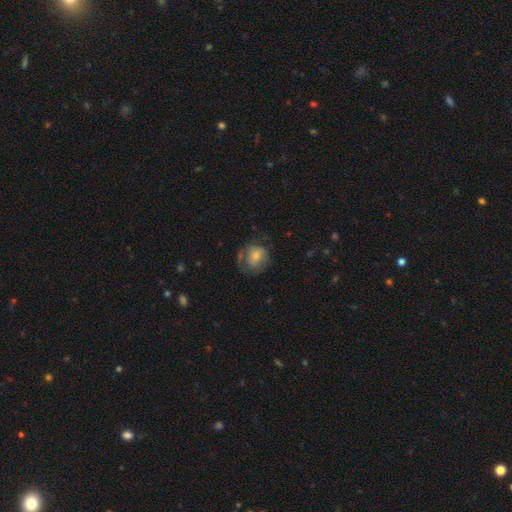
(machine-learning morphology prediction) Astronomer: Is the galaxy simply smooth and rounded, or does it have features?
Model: smooth — 59%.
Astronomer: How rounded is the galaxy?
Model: round — 68%.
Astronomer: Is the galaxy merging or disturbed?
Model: none — 47% (runner-up: minor disturbance, 26%).